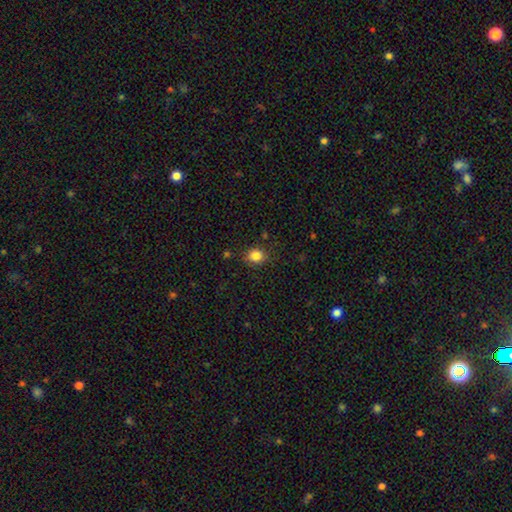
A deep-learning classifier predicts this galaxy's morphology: smooth 84%, star or artifact 11%, featured or disk 4%. Down the decision tree: how rounded — round (71%); merging — none (82%).